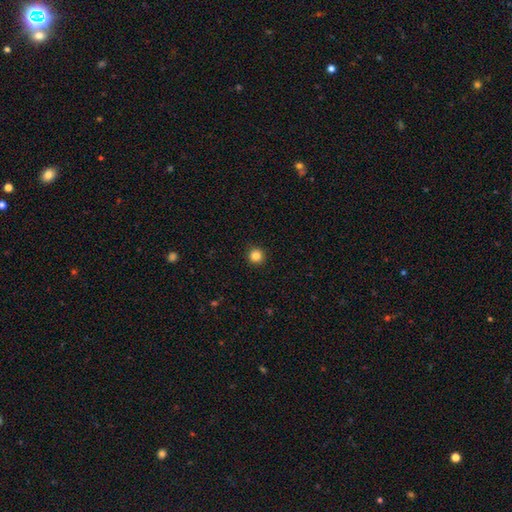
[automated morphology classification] Smooth or featured: smooth — 85% (star or artifact — 11%)
How rounded: round — 95% (in between — 4%)
Merging: none — 93% (minor disturbance — 5%)